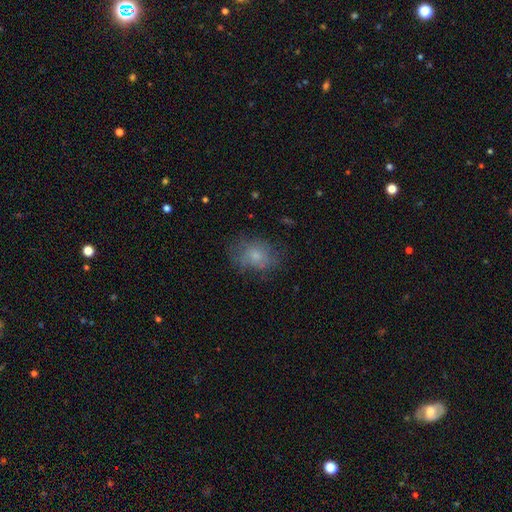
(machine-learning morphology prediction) Smooth or featured? smooth (66%)
How rounded? in between (56%)
Merging? none (63%)